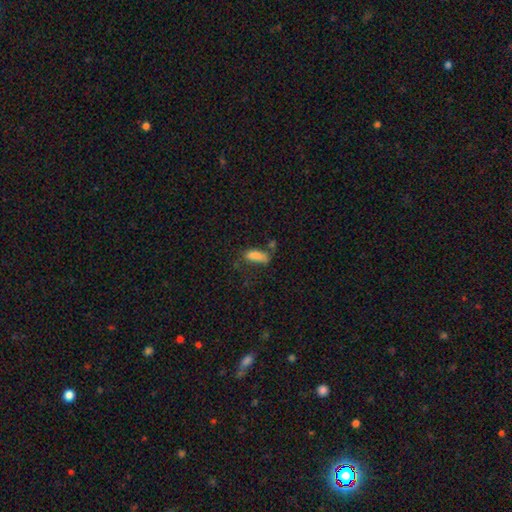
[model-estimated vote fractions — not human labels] Morphology: type=smooth (80%); roundness=in between (69%); merging=none (39%).